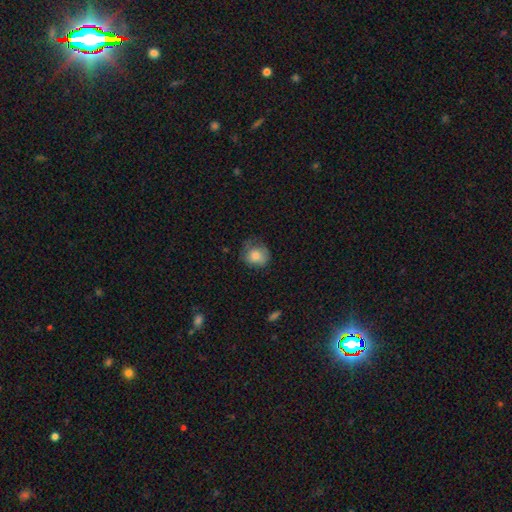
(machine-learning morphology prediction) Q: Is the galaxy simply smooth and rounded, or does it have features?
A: smooth — 76%.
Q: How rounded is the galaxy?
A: round — 66%.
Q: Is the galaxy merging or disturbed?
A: none — 50%.